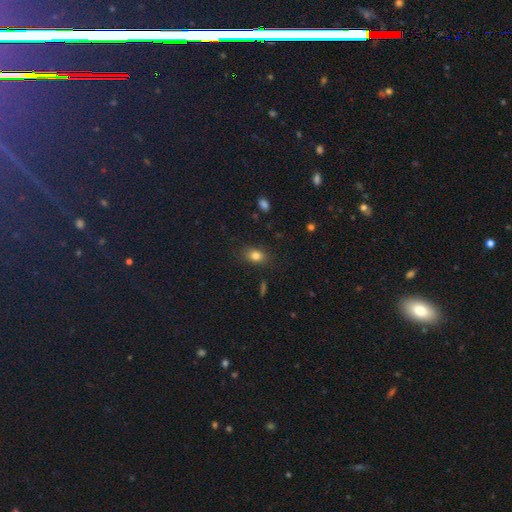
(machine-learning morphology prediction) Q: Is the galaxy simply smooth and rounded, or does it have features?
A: smooth — 80%.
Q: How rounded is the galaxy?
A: in between — 75%.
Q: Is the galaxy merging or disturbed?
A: none — 84%.